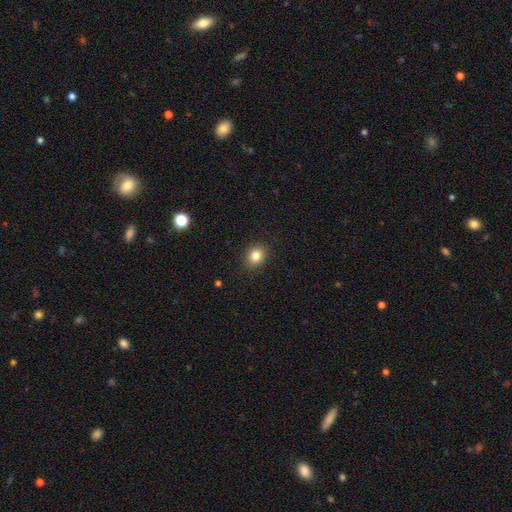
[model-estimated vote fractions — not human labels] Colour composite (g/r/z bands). It shows a smooth galaxy with no disk features (83%) that is round (64%). Merging: none (90%).